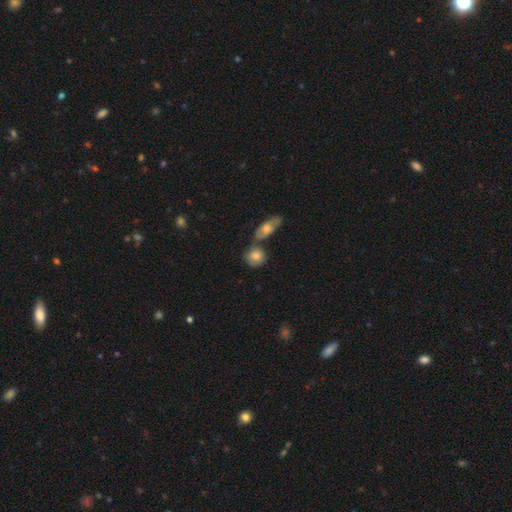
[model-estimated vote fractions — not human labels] smooth-or-featured: smooth: 77% | featured or disk: 16% | star or artifact: 7%
  how-rounded: round: 72% | in between: 26% | cigar-shaped: 3%
  merging: none: 50% | merger: 31% | minor disturbance: 14% | major disturbance: 4%